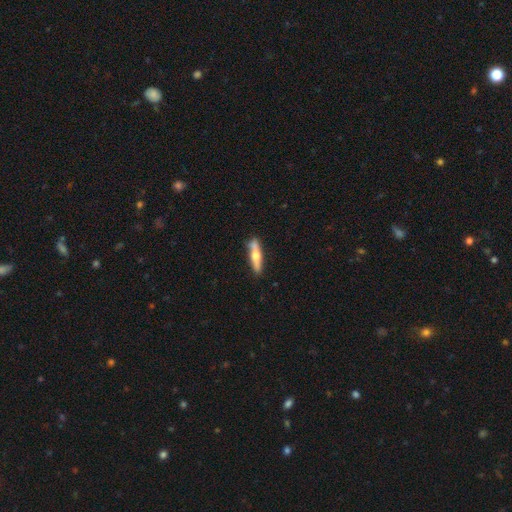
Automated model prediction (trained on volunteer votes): Smooth or featured? Predicted: smooth (p=0.50). How rounded? Predicted: cigar-shaped (p=0.80). Merging? Predicted: none (p=0.75).